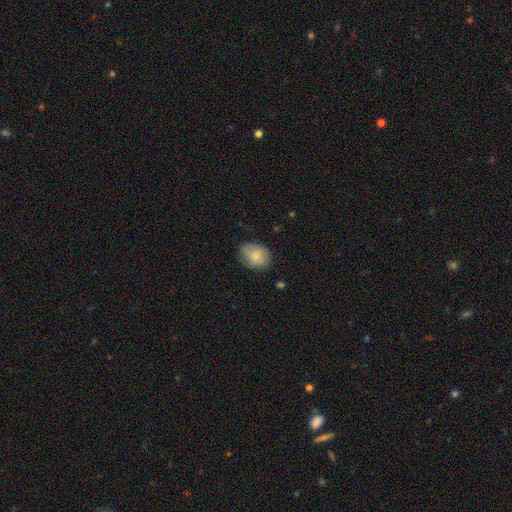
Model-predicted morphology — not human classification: type=smooth (77%); roundness=in between (59%); merging=none (66%).